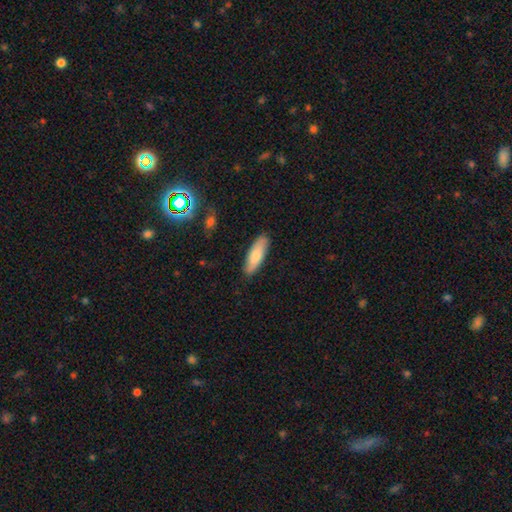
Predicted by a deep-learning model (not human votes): Overall: smooth (77%). How rounded: in between (53%; cigar-shaped 45%). Merging: none (86%).